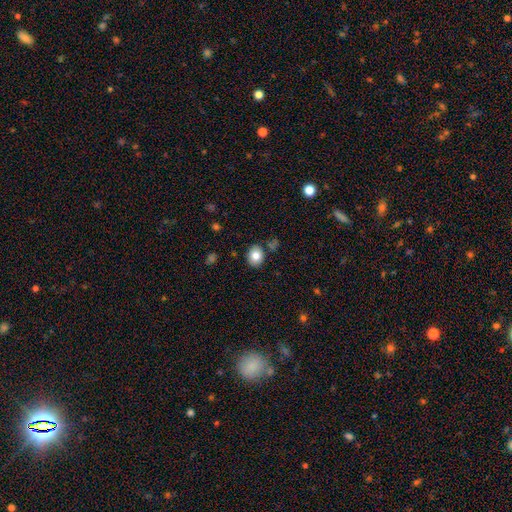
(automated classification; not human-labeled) Smooth or featured? Predicted: smooth (p=0.82). How rounded? Predicted: round (p=0.52). Merging? Predicted: none (p=0.84).